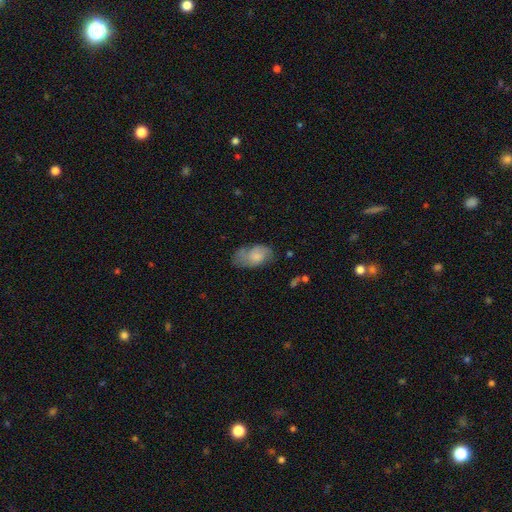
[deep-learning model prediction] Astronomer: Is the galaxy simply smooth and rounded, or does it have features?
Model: smooth — 59%.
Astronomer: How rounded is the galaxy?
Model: in between — 92%.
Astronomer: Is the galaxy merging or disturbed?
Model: none — 48% (runner-up: minor disturbance, 31%).